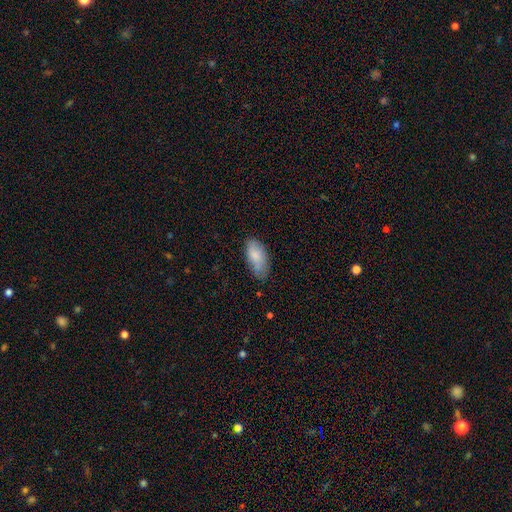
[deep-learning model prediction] smooth_or_featured: smooth (p=0.80) [alt: featured or disk p=0.14]
how_rounded: in between (p=0.90) [alt: cigar-shaped p=0.07]
merging: none (p=0.66) [alt: minor disturbance p=0.26]